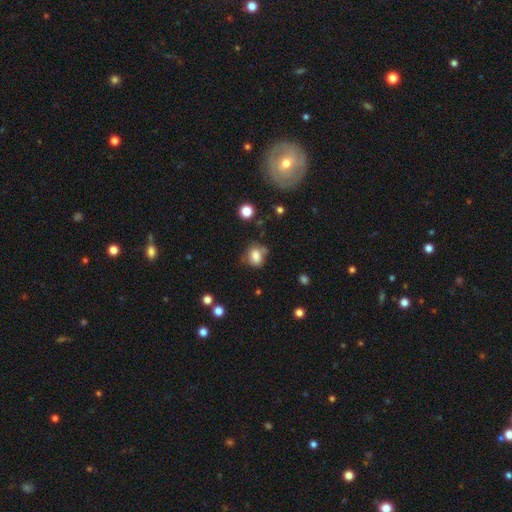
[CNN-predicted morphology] Q: Smooth or featured?
A: smooth (79%); runner-up: featured or disk (11%)
Q: How rounded?
A: in between (52%); runner-up: round (47%)
Q: Merging?
A: none (58%); runner-up: minor disturbance (27%)